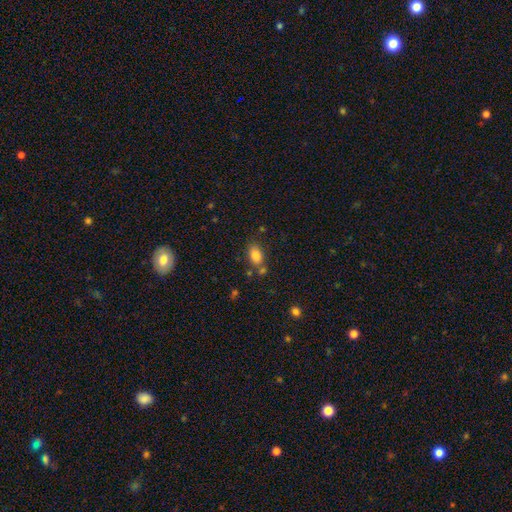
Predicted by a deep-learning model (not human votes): Smooth or featured?
  - smooth: 84% *
  - star or artifact: 9%
  - featured or disk: 7%
How rounded?
  - in between: 86% *
  - round: 11%
  - cigar-shaped: 2%
Merging?
  - none: 65% *
  - minor disturbance: 15%
  - merger: 14%
  - major disturbance: 5%